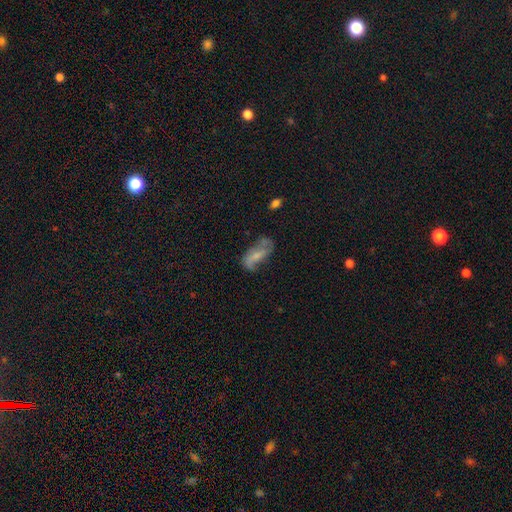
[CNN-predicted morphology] Smooth or featured: featured or disk — 55% (smooth — 37%)
Edge-on disk: no — 92% (yes — 8%)
Bar: no — 46% (weak — 37%)
Spiral arms: yes — 77% (no — 23%)
Bulge size: small — 52% (moderate — 29%)
Merging: none — 51% (minor disturbance — 27%)